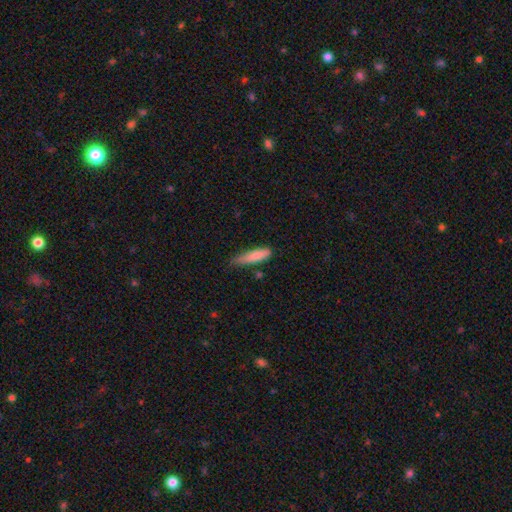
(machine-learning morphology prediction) A smooth galaxy with no disk features (81%) that is cigar-shaped (74%).

Vote fractions:
- Smooth or featured? smooth: 81% / featured or disk: 13% / star or artifact: 6%
- How rounded? cigar-shaped: 74% / in between: 24% / round: 2%
- Merging? none: 55% / minor disturbance: 36% / major disturbance: 6% / merger: 3%